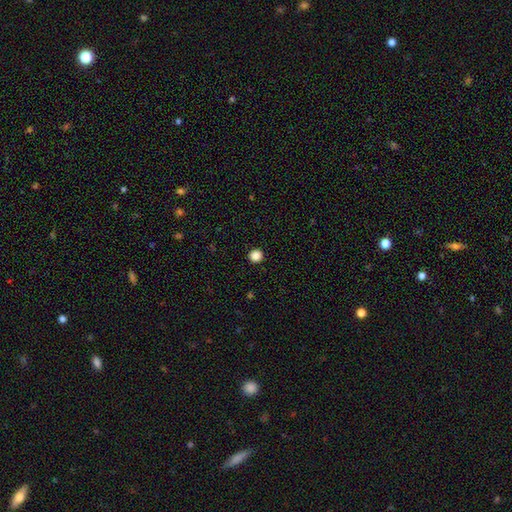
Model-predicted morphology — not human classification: Smooth or featured? smooth (87%)
How rounded? round (94%)
Merging? none (93%)